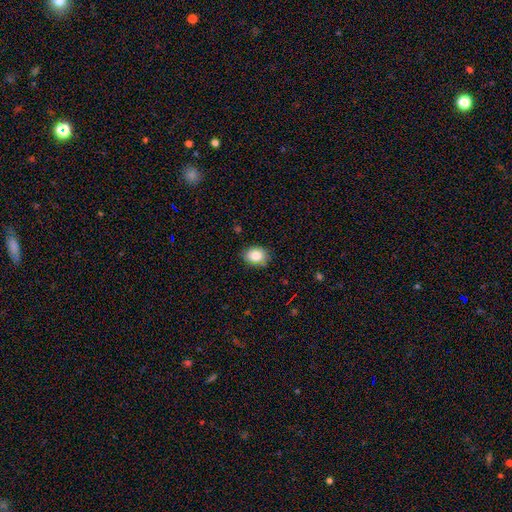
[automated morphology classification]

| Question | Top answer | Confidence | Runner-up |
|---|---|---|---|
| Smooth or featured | smooth | 85% | star or artifact (9%) |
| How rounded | in between | 56% | round (43%) |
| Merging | none | 83% | minor disturbance (13%) |